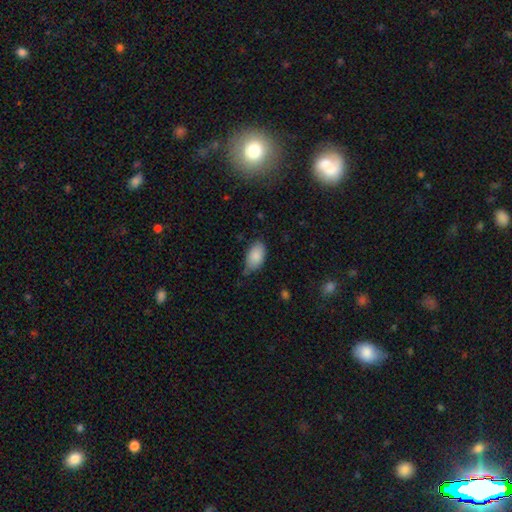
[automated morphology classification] Q: Smooth or featured?
A: smooth (87%); runner-up: star or artifact (7%)
Q: How rounded?
A: in between (94%); runner-up: round (4%)
Q: Merging?
A: none (60%); runner-up: minor disturbance (31%)